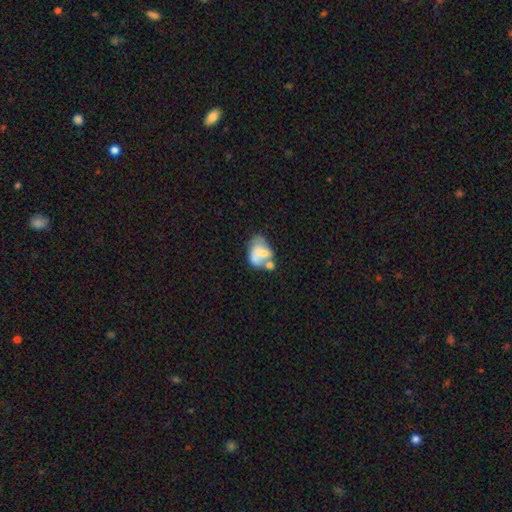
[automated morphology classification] smooth 47%, featured or disk 43%, star or artifact 10%. Down the decision tree: merging — merger (43%).